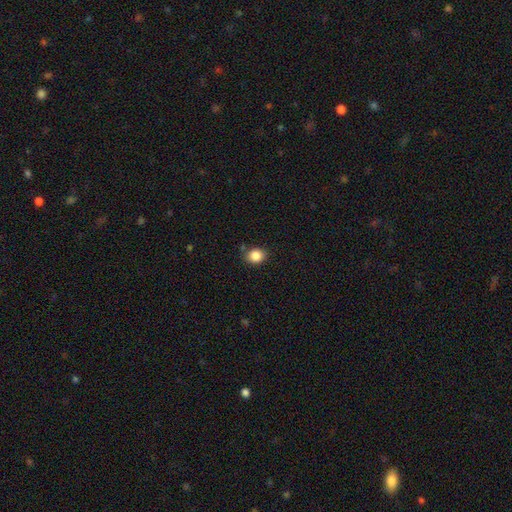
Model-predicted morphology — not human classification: A smooth galaxy with no disk features (86%) that is round (59%). Merging: none (78%).